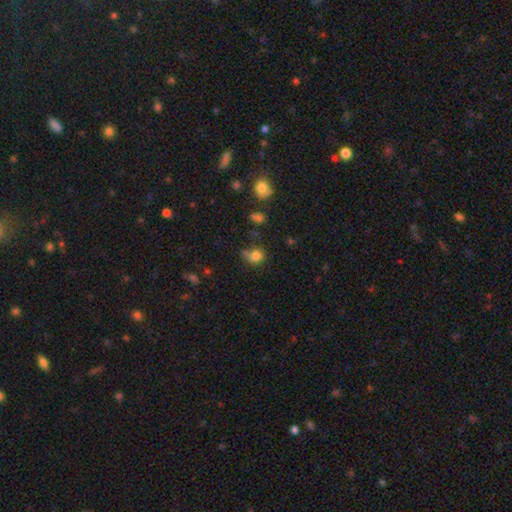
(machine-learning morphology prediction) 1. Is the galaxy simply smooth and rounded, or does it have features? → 80% smooth, 12% star or artifact, 8% featured or disk.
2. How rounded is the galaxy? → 76% round, 23% in between, 1% cigar-shaped.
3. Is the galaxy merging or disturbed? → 51% none, 28% minor disturbance, 12% major disturbance, 9% merger.